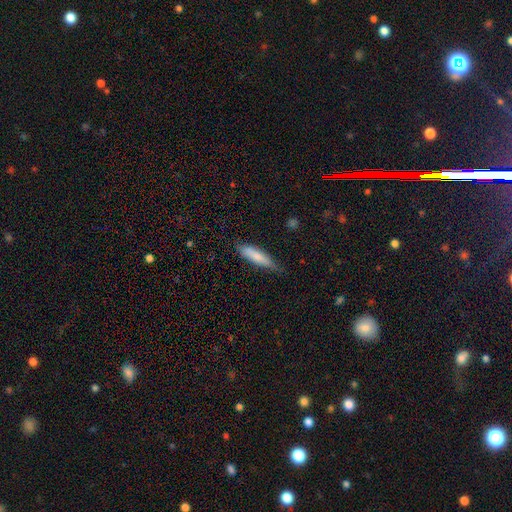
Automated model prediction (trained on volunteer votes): This is likely a smooth galaxy (77%). How rounded: likely cigar-shaped (71%). Merging: likely none (67%).